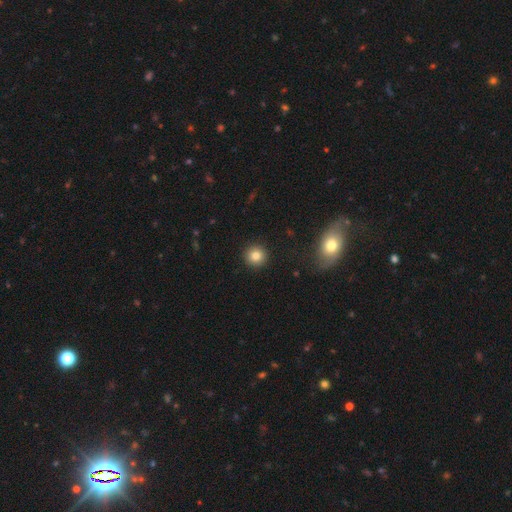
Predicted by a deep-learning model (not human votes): A smooth galaxy with no disk features (83%) that is round (94%). Merging: none (92%).